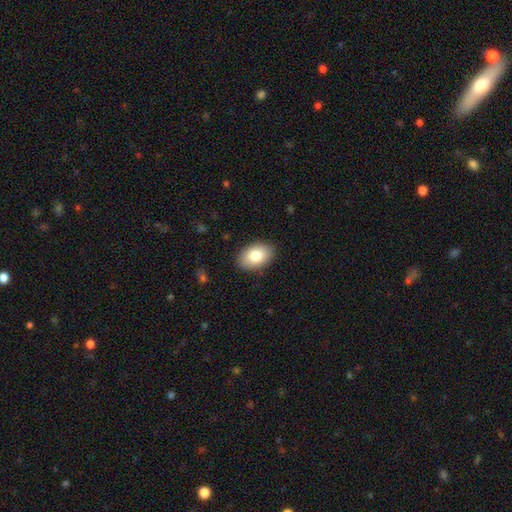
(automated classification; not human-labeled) This is clearly a smooth galaxy (83%). How rounded: clearly in between (89%). Merging: clearly none (88%).